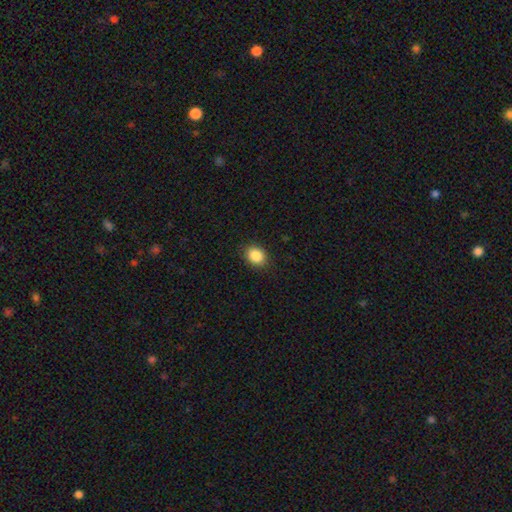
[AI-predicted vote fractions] Morphology: type=smooth (87%); roundness=in between (50%); merging=none (88%).